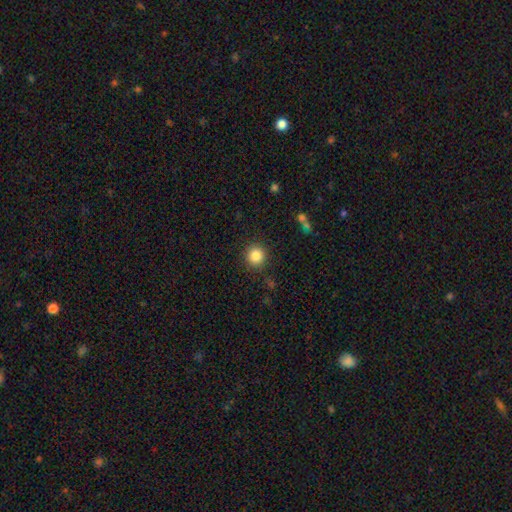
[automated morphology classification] This is clearly a smooth galaxy (85%). How rounded: clearly round (94%). Merging: clearly none (90%).